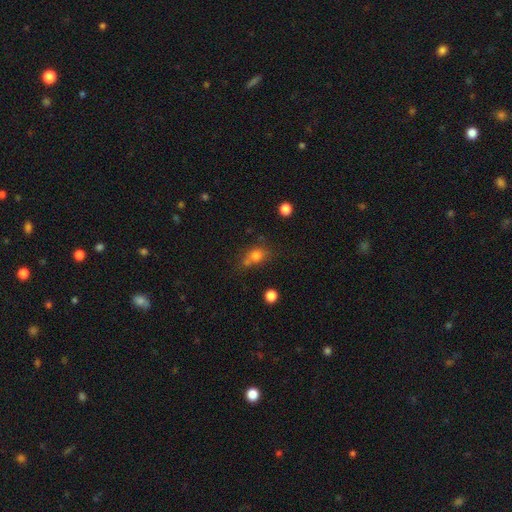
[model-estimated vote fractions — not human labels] Smooth or featured? Predicted: smooth (p=0.76). How rounded? Predicted: round (p=0.59). Merging? Predicted: none (p=0.52).